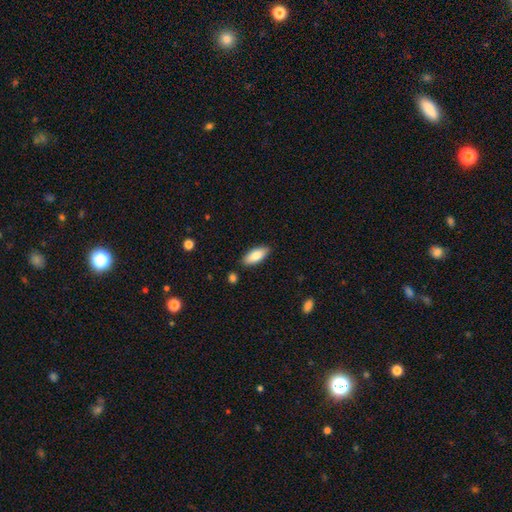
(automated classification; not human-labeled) Morphology: type=smooth (83%); roundness=in between (82%); merging=none (86%).